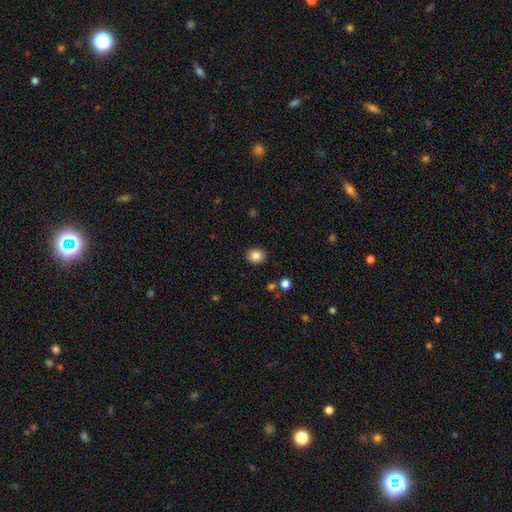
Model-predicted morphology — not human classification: This is clearly a smooth galaxy (86%). How rounded: likely round (64%). Merging: clearly none (89%).